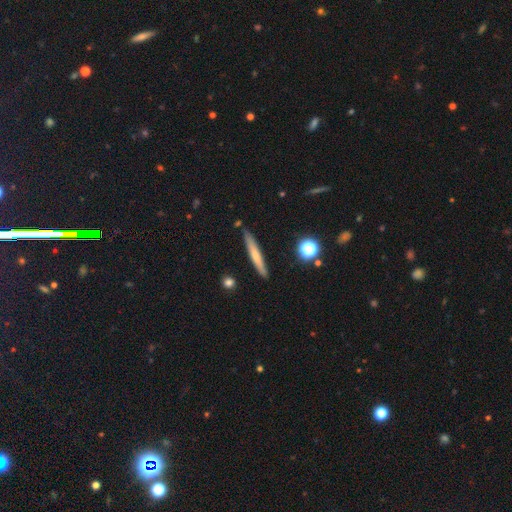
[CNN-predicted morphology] A smooth galaxy with no disk features (56%) that is cigar-shaped (95%). Merging: none (86%).